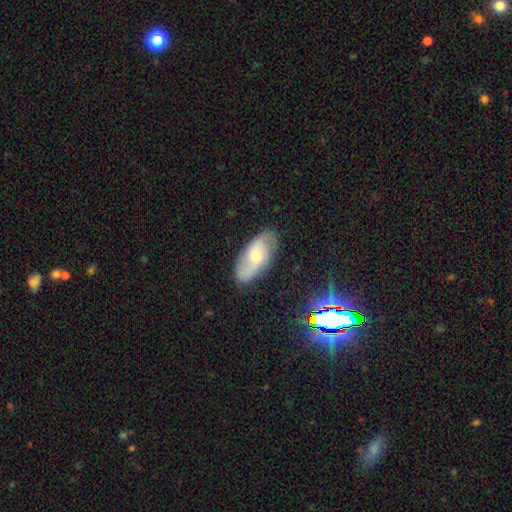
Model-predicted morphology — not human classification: Smooth or featured: featured or disk — 63% (smooth — 29%)
Edge-on disk: no — 92% (yes — 8%)
Bar: no — 60% (weak — 33%)
Spiral arms: yes — 89% (no — 11%)
Spiral winding: medium — 41% (loose — 37%)
Spiral arm count: 2 — 74% (can't tell — 15%)
Bulge size: moderate — 55% (small — 38%)
Merging: none — 80% (minor disturbance — 14%)